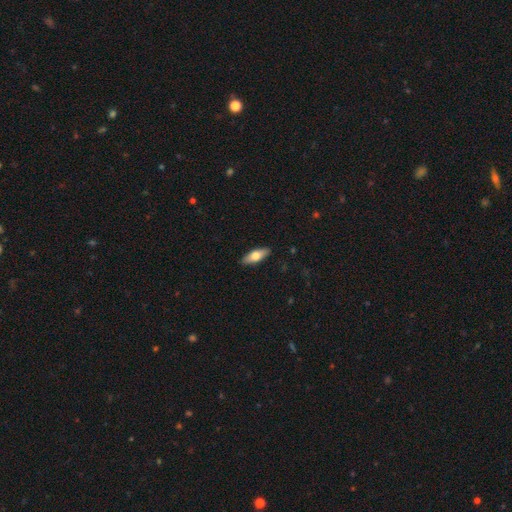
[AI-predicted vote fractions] Smooth or featured? smooth (66%)
How rounded? in between (66%)
Merging? none (90%)